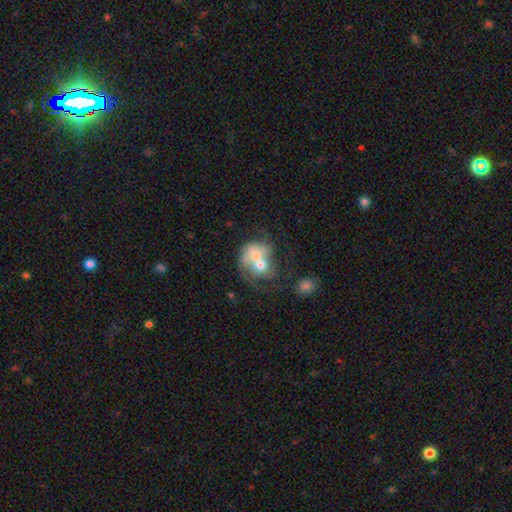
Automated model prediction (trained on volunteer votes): Q: Smooth or featured?
A: smooth (46%); runner-up: featured or disk (45%)
Q: Merging?
A: merger (68%); runner-up: none (14%)